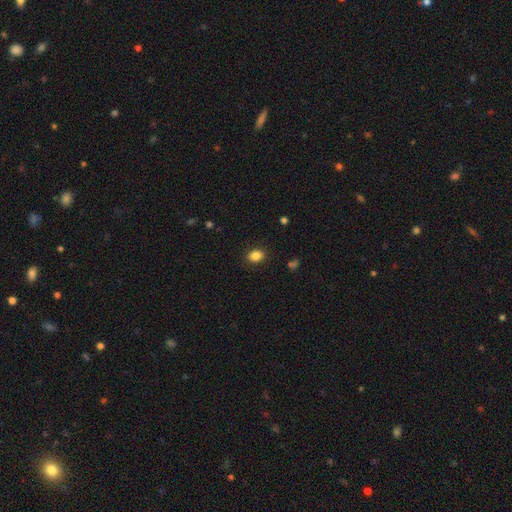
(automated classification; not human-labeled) Q: Smooth or featured?
A: smooth (85%); runner-up: star or artifact (10%)
Q: How rounded?
A: in between (62%); runner-up: round (37%)
Q: Merging?
A: none (88%); runner-up: minor disturbance (8%)